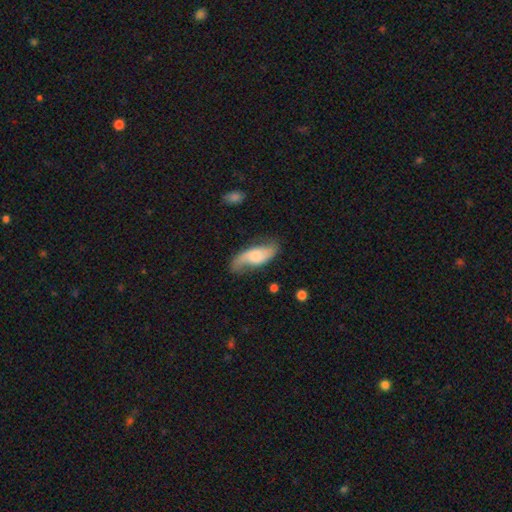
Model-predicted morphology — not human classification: Smooth or featured?
  - featured or disk: 64% *
  - smooth: 30%
  - star or artifact: 6%
Edge-on disk?
  - no: 91% *
  - yes: 9%
Bar?
  - no: 57% *
  - weak: 35%
  - strong: 8%
Spiral arms?
  - yes: 92% *
  - no: 8%
Spiral winding?
  - loose: 65% *
  - medium: 27%
  - tight: 8%
Spiral arm count?
  - 2: 85% *
  - 1: 8%
  - can't tell: 5%
  - 3: 1%
  - 4: 1%
  - more than 4: 1%
Bulge size?
  - moderate: 33% *
  - small: 32%
  - none: 19%
  - large: 13%
  - dominant: 3%
Merging?
  - none: 65% *
  - minor disturbance: 23%
  - major disturbance: 10%
  - merger: 2%